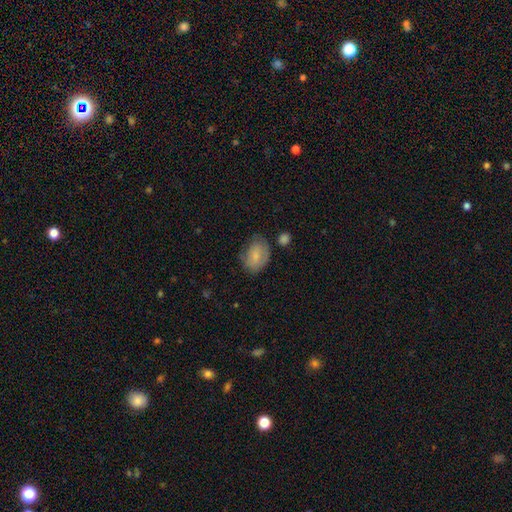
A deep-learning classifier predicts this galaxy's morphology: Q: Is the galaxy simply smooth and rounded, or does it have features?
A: smooth — 71%.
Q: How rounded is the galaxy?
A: in between — 78%.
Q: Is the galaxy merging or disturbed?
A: none — 55%.